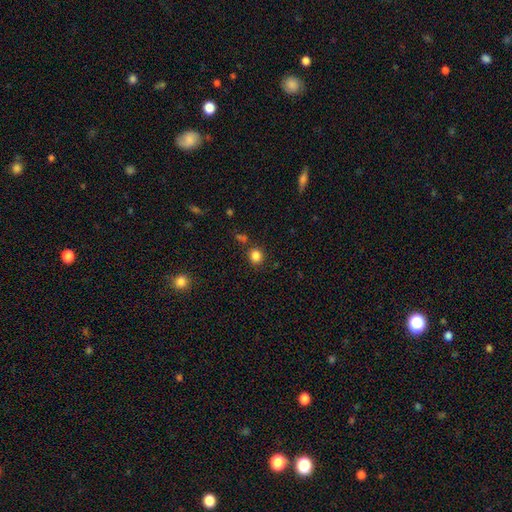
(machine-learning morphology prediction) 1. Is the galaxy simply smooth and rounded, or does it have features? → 84% smooth, 12% star or artifact, 4% featured or disk.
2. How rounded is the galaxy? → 82% round, 17% in between, 1% cigar-shaped.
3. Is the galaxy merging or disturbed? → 81% none, 9% minor disturbance, 7% merger, 3% major disturbance.